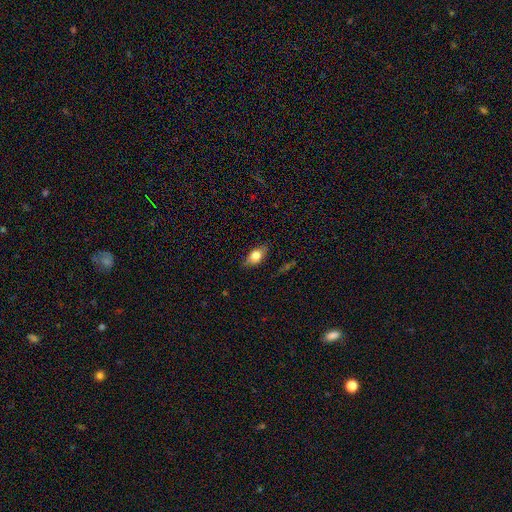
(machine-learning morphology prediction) This appears to be a smooth galaxy with no disk features (73%) that is in between round and cigar-shaped (80%). Merging: none (80%).